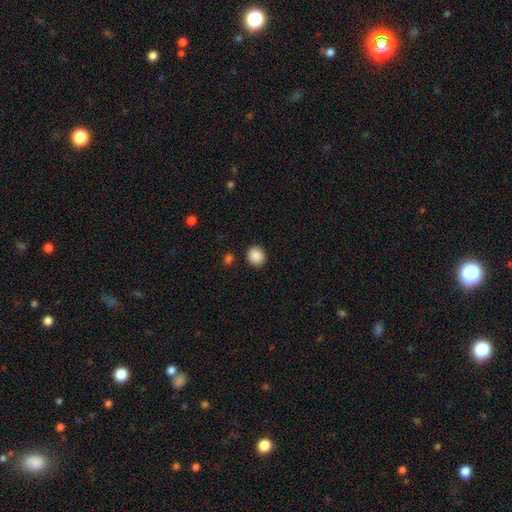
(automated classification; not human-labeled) Smooth or featured: smooth — 89% (star or artifact — 8%)
How rounded: round — 86% (in between — 13%)
Merging: none — 89% (minor disturbance — 6%)